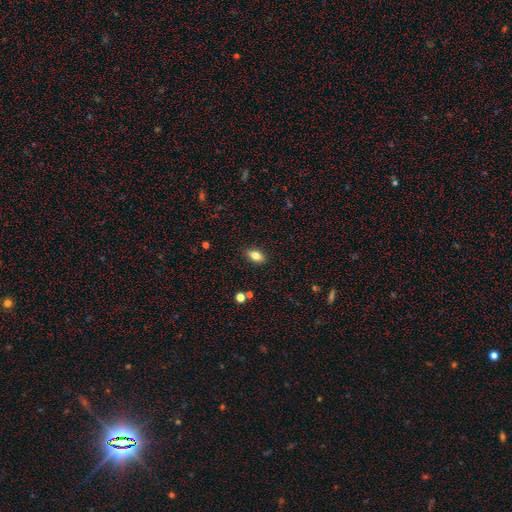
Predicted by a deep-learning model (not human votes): Smooth or featured? smooth (80%)
How rounded? in between (86%)
Merging? none (87%)